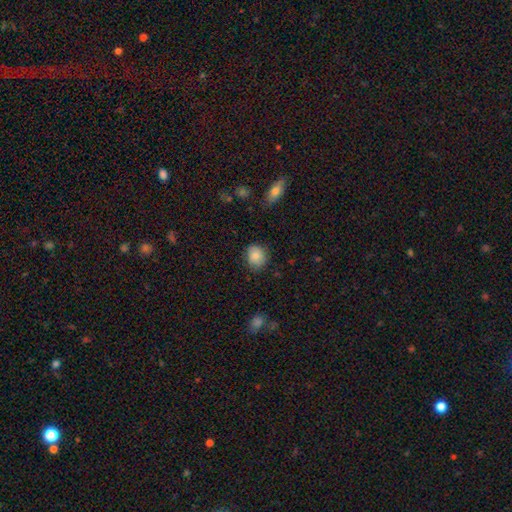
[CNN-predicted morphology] A smooth galaxy with no disk features (84%) that is round (65%). Merging: none (79%).